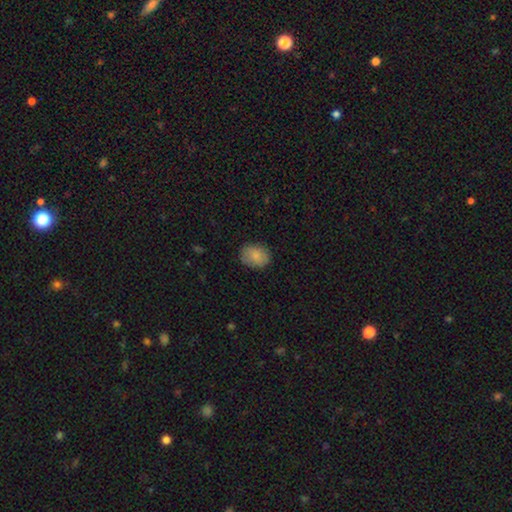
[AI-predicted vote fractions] This is clearly a smooth galaxy (86%). How rounded: possibly in between (57%). Merging: clearly none (83%).